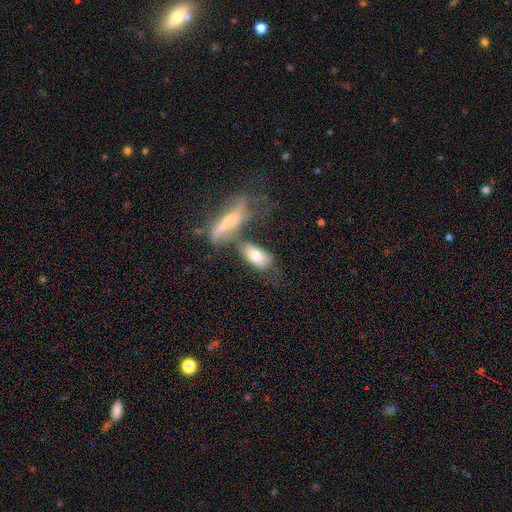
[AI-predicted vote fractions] Q: Smooth or featured?
A: smooth (71%); runner-up: featured or disk (22%)
Q: How rounded?
A: in between (84%); runner-up: cigar-shaped (11%)
Q: Merging?
A: merger (38%); runner-up: none (36%)